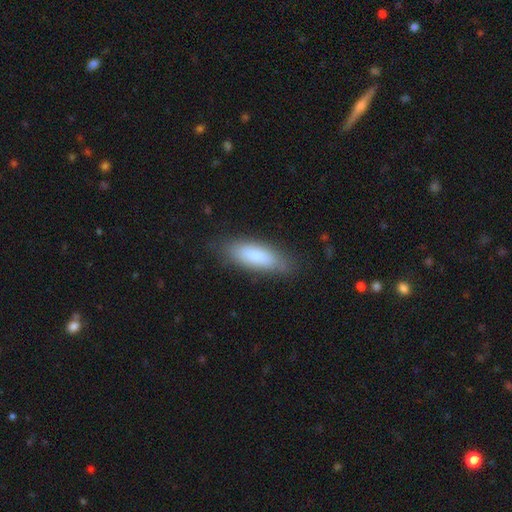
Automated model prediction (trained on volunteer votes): smooth 83%, featured or disk 11%, star or artifact 6%. Down the decision tree: how rounded — in between (68%); merging — none (79%).